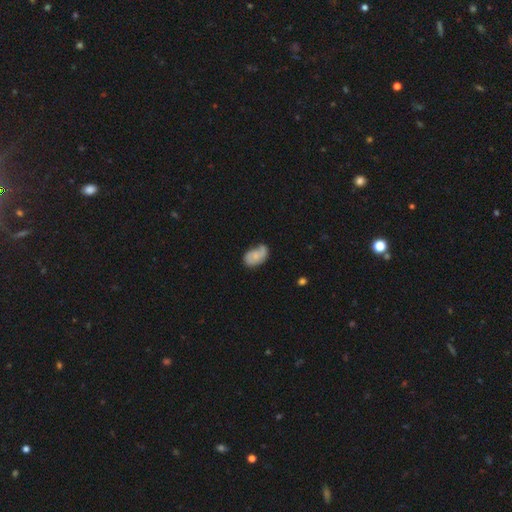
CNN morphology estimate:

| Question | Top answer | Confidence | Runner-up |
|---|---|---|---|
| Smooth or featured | smooth | 58% | featured or disk (35%) |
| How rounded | in between | 89% | round (9%) |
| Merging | none | 44% | minor disturbance (37%) |